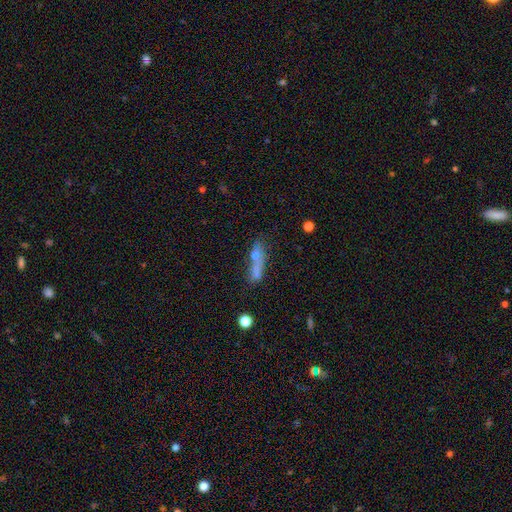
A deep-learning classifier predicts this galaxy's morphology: Smooth or featured?
  - smooth: 52% *
  - featured or disk: 30%
  - star or artifact: 18%
How rounded?
  - cigar-shaped: 47% *
  - in between: 38%
  - round: 15%
Merging?
  - merger: 41% *
  - none: 39%
  - minor disturbance: 12%
  - major disturbance: 9%